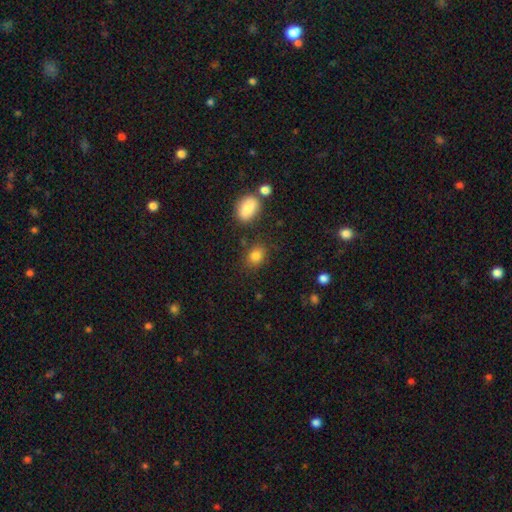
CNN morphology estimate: smooth-or-featured: smooth: 83% | star or artifact: 11% | featured or disk: 6%
  how-rounded: in between: 59% | round: 39% | cigar-shaped: 1%
  merging: none: 78% | minor disturbance: 12% | merger: 5% | major disturbance: 4%